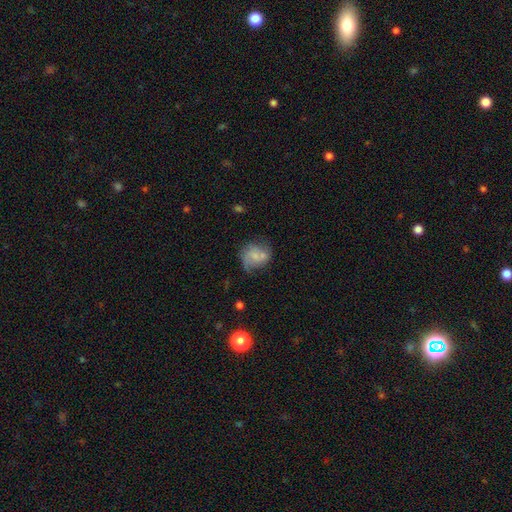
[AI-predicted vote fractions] A smooth galaxy with no disk features (46%).

Vote fractions:
- Smooth or featured? smooth: 46% / featured or disk: 45% / star or artifact: 9%
- Merging? none: 39% / minor disturbance: 25% / merger: 20% / major disturbance: 17%